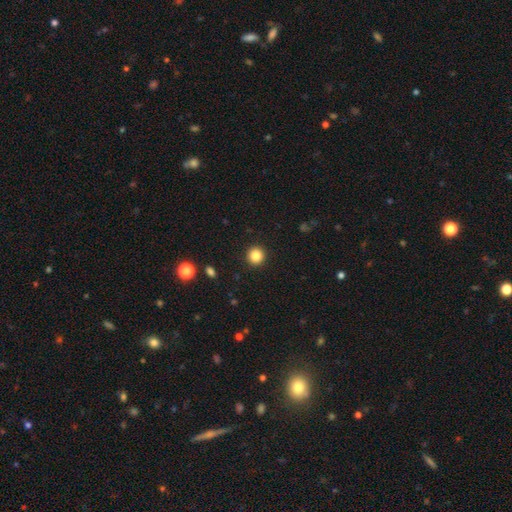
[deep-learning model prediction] The model was most divided on "smooth or featured": smooth: 85%, star or artifact: 11%, featured or disk: 4%. More confident: how rounded — round (94%); merging — none (92%).